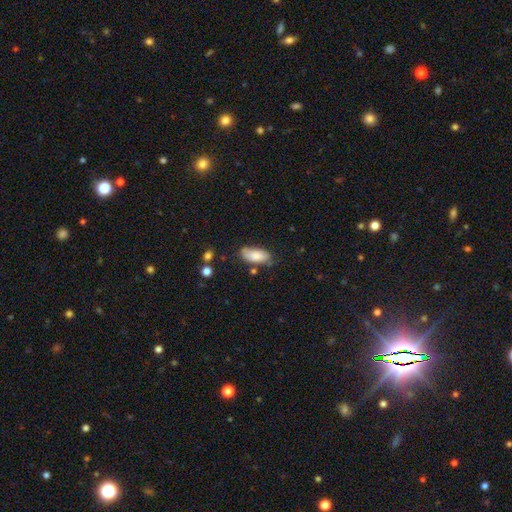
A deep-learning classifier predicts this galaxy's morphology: smooth_or_featured: smooth (p=0.82) [alt: featured or disk p=0.11]
how_rounded: in between (p=0.88) [alt: cigar-shaped p=0.10]
merging: none (p=0.63) [alt: minor disturbance p=0.27]